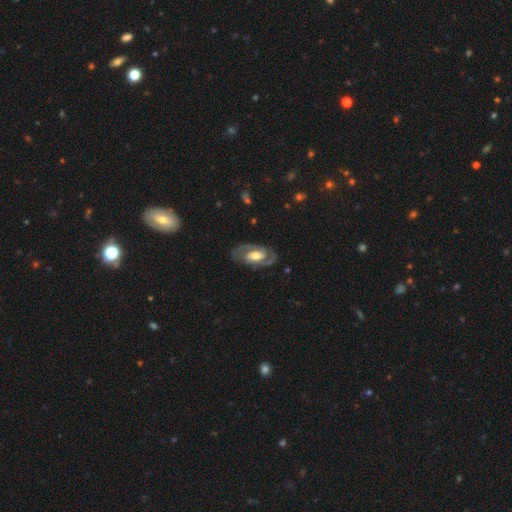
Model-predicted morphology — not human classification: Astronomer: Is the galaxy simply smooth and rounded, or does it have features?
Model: featured or disk — 85%.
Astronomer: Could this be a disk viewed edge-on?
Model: no — 96%.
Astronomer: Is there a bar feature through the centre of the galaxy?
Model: weak — 42% (runner-up: no, 33%).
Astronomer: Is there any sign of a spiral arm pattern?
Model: yes — 93%.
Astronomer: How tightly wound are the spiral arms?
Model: medium — 47% (runner-up: tight, 41%).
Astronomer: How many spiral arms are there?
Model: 2 — 89%.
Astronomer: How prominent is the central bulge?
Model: moderate — 68%.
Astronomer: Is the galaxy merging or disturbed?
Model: none — 81%.